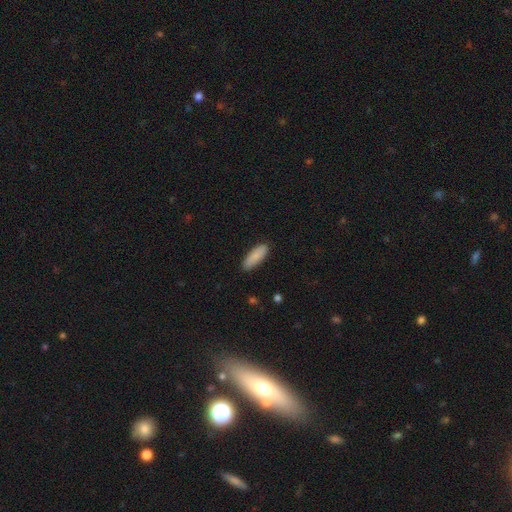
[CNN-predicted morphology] Smooth or featured: smooth — 88% (featured or disk — 6%)
How rounded: in between — 62% (cigar-shaped — 36%)
Merging: none — 87% (minor disturbance — 10%)